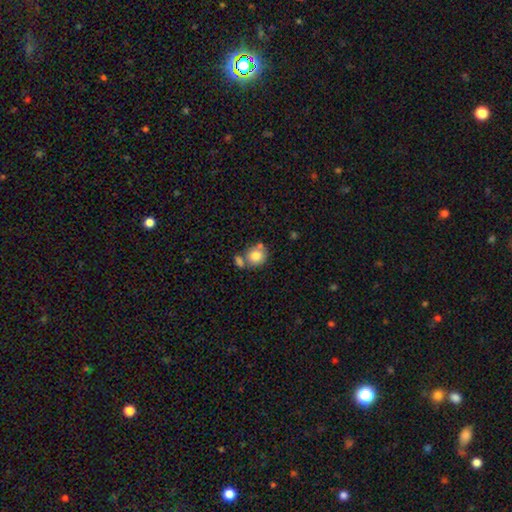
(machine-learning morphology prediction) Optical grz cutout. It shows a smooth galaxy with no disk features (79%) that is round (80%). Merging: none (52%).